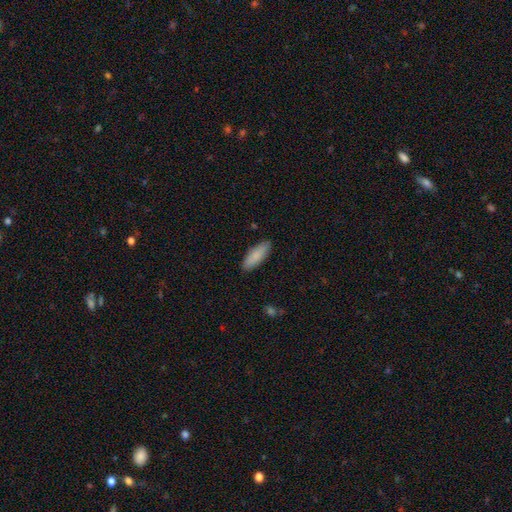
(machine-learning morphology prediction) Smooth or featured? Predicted: smooth (p=0.87). How rounded? Predicted: in between (p=0.62). Merging? Predicted: none (p=0.88).